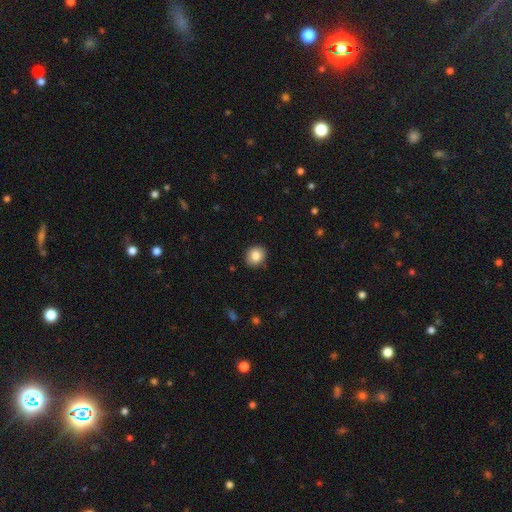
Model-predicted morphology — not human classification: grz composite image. It shows a smooth galaxy with no disk features (85%) that is round (76%). Merging: none (90%).